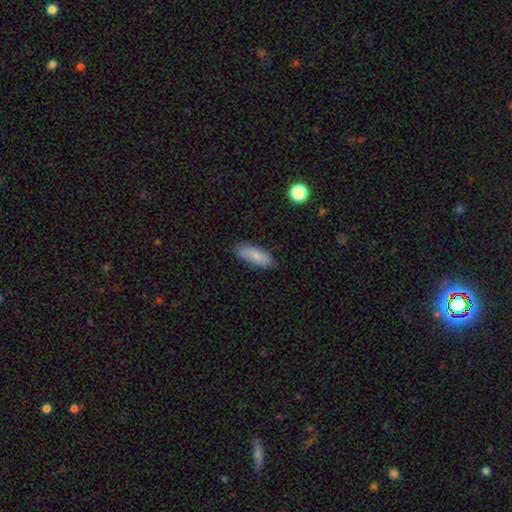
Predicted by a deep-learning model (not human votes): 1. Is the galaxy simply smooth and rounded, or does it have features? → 79% smooth, 15% featured or disk, 7% star or artifact.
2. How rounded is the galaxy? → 71% in between, 26% cigar-shaped, 2% round.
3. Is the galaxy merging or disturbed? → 82% none, 14% minor disturbance, 3% major disturbance, 1% merger.